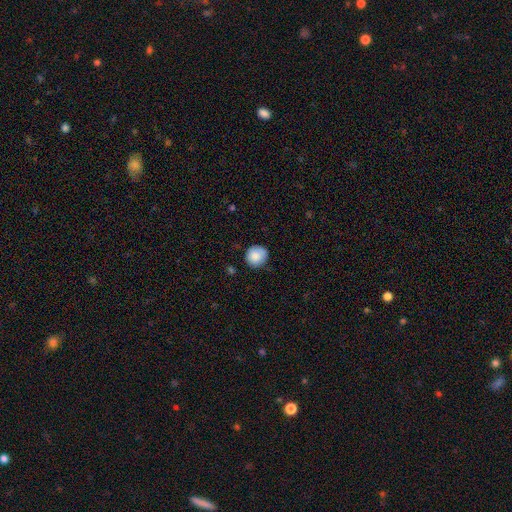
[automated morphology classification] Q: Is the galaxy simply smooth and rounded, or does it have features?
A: smooth — 86%.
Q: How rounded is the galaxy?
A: round — 87%.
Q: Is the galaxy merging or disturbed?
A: none — 81%.